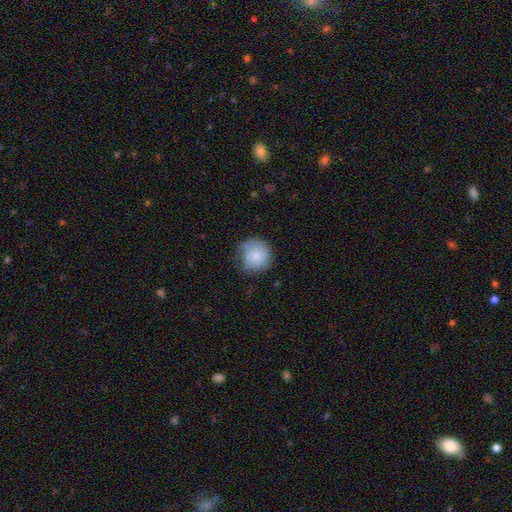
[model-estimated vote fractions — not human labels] A smooth galaxy with no disk features (77%) that is round (90%). Merging: none (57%).